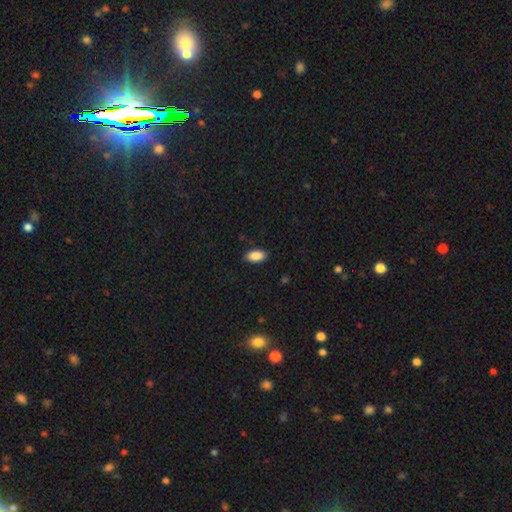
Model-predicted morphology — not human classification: A smooth galaxy with no disk features (89%) that is in between round and cigar-shaped (93%). Merging: none (88%).